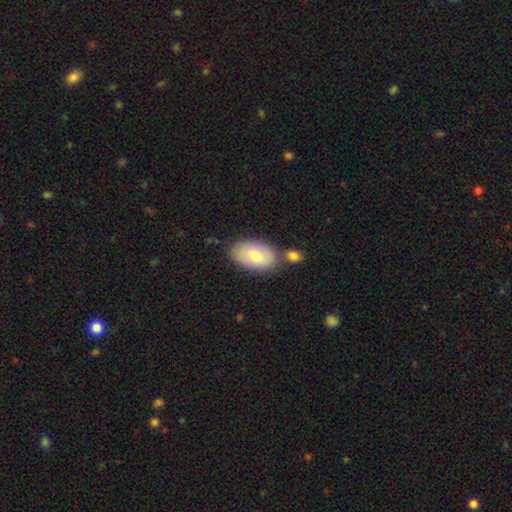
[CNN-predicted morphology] type=smooth (73%); roundness=in between (92%); merging=none (65%).